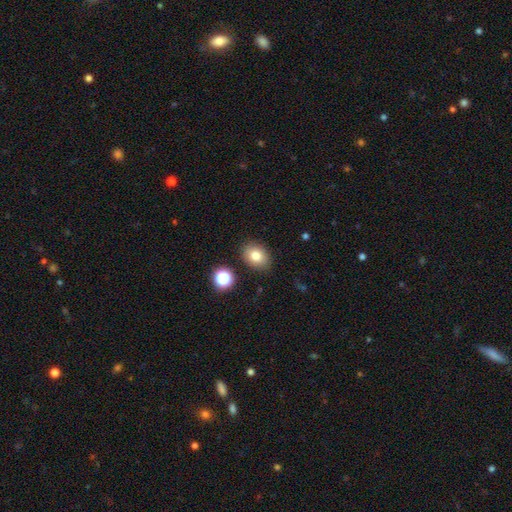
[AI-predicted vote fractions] A smooth galaxy with no disk features (80%) that is in between round and cigar-shaped (65%).

Vote fractions:
- Smooth or featured? smooth: 80% / star or artifact: 11% / featured or disk: 9%
- How rounded? in between: 65% / round: 34% / cigar-shaped: 1%
- Merging? none: 86% / minor disturbance: 9% / merger: 3% / major disturbance: 2%